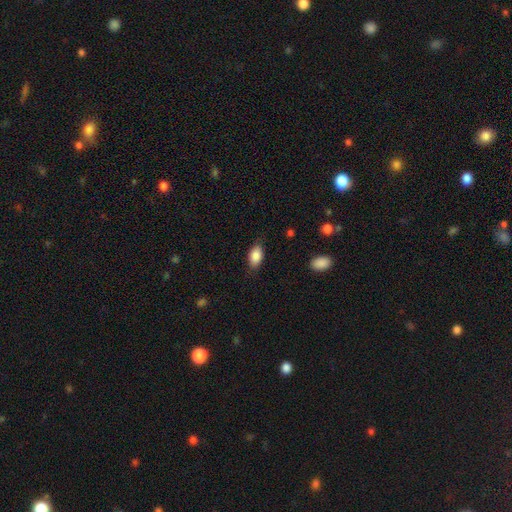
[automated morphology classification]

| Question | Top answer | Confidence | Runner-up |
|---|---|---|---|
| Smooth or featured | smooth | 87% | star or artifact (7%) |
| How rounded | in between | 92% | round (5%) |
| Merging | none | 79% | minor disturbance (16%) |